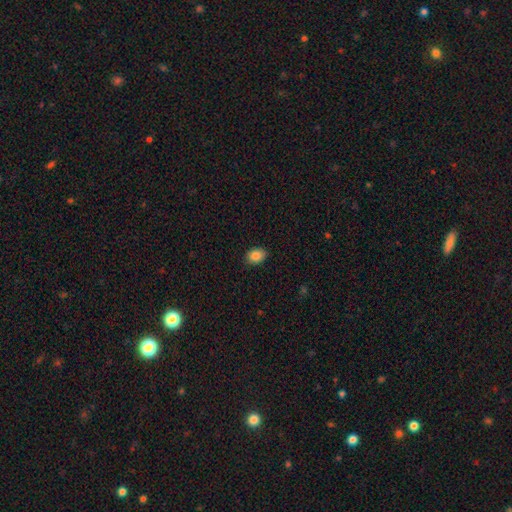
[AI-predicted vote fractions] Morphology: type=smooth (87%); roundness=in between (68%); merging=none (87%).